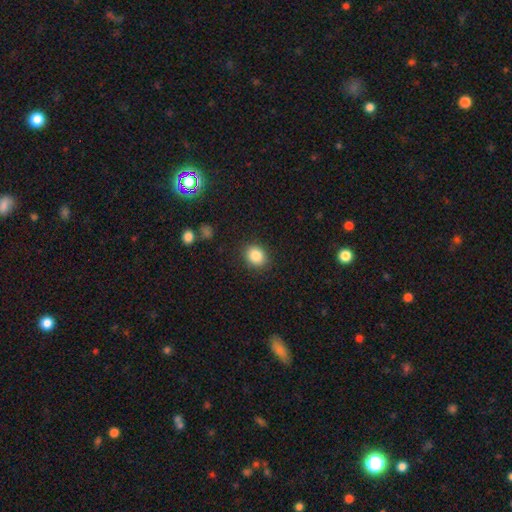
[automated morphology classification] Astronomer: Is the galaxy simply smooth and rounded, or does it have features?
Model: smooth — 85%.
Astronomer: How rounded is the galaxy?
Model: round — 64%.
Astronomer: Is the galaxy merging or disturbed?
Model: none — 88%.